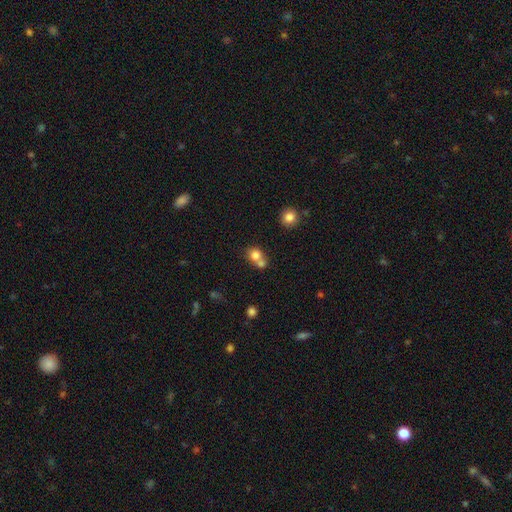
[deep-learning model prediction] Morphology: type=smooth (78%); roundness=round (80%); merging=merger (50%).